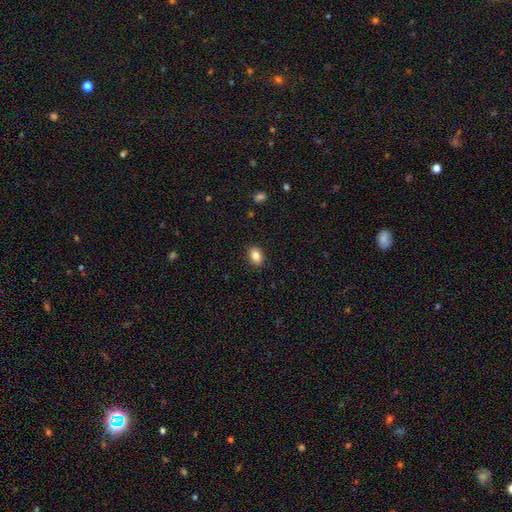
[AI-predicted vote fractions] Q: Smooth or featured?
A: smooth (83%); runner-up: star or artifact (9%)
Q: How rounded?
A: in between (76%); runner-up: round (23%)
Q: Merging?
A: none (89%); runner-up: minor disturbance (8%)